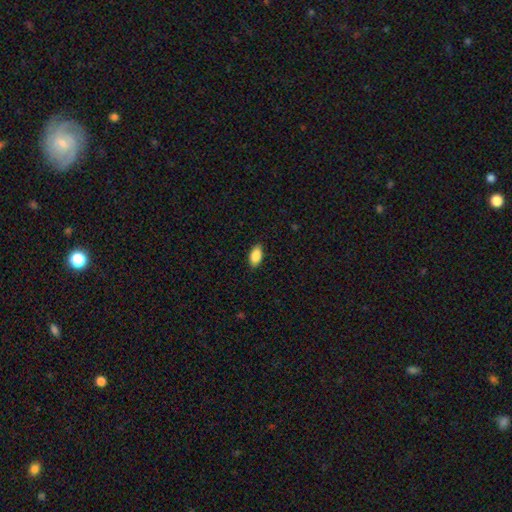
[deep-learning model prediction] Smooth or featured: smooth — 88% (star or artifact — 7%)
How rounded: in between — 92% (cigar-shaped — 4%)
Merging: none — 88% (minor disturbance — 10%)